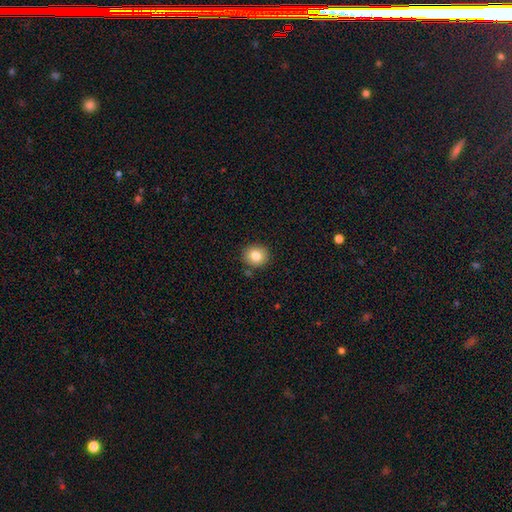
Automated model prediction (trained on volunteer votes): Overall: smooth (81%). How rounded: round (82%). Merging: none (86%).